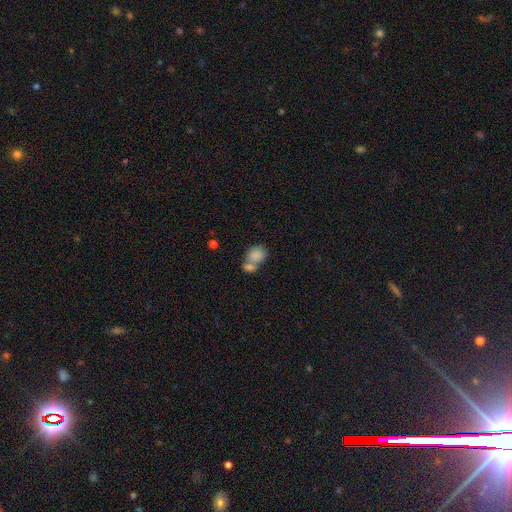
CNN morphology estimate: Smooth or featured?
  - smooth: 83% *
  - featured or disk: 9%
  - star or artifact: 8%
How rounded?
  - in between: 50% *
  - round: 49%
  - cigar-shaped: 1%
Merging?
  - merger: 58% *
  - none: 29%
  - minor disturbance: 9%
  - major disturbance: 5%